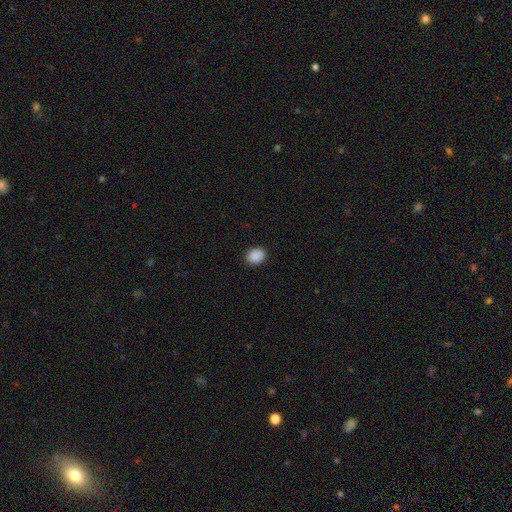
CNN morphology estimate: A smooth galaxy with no disk features (89%) that is in between round and cigar-shaped (53%).

Vote fractions:
- Smooth or featured? smooth: 89% / star or artifact: 8% / featured or disk: 2%
- How rounded? in between: 53% / round: 46% / cigar-shaped: 1%
- Merging? none: 88% / minor disturbance: 9% / major disturbance: 2% / merger: 1%